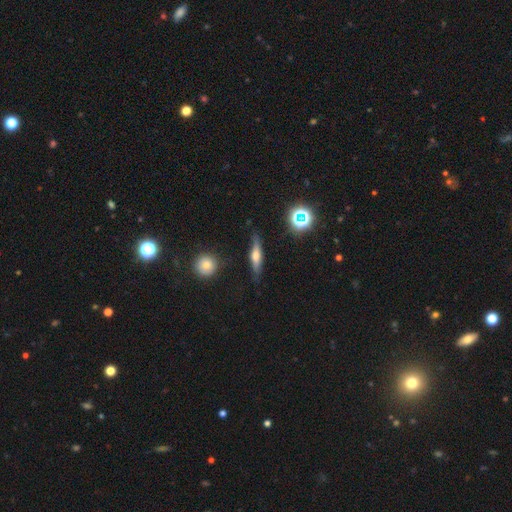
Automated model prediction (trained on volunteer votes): Smooth or featured: featured or disk — 52% (smooth — 39%)
Edge-on disk: yes — 88% (no — 12%)
Merging: none — 80% (minor disturbance — 14%)